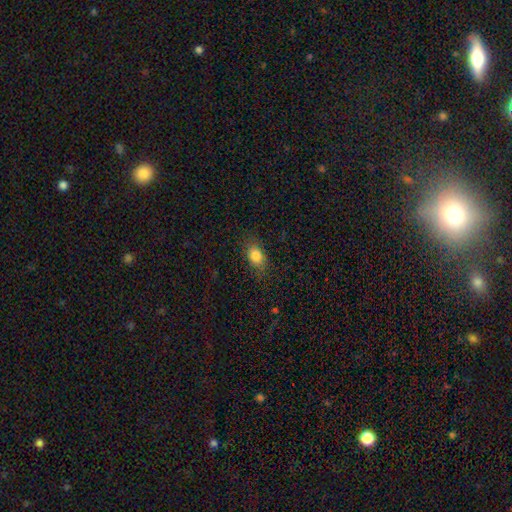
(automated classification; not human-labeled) The model was most divided on "how rounded": in between: 74%, round: 23%, cigar-shaped: 3%. More confident: smooth or featured — smooth (83%); merging — none (81%).